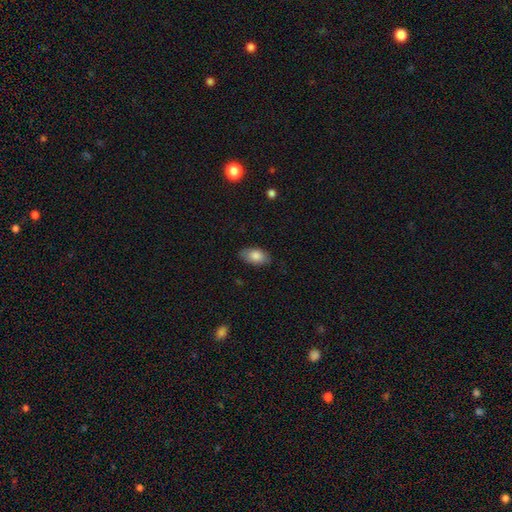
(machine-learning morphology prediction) smooth-or-featured: smooth: 83% | featured or disk: 11% | star or artifact: 7%
  how-rounded: in between: 94% | round: 4% | cigar-shaped: 2%
  merging: none: 83% | minor disturbance: 13% | major disturbance: 3% | merger: 1%